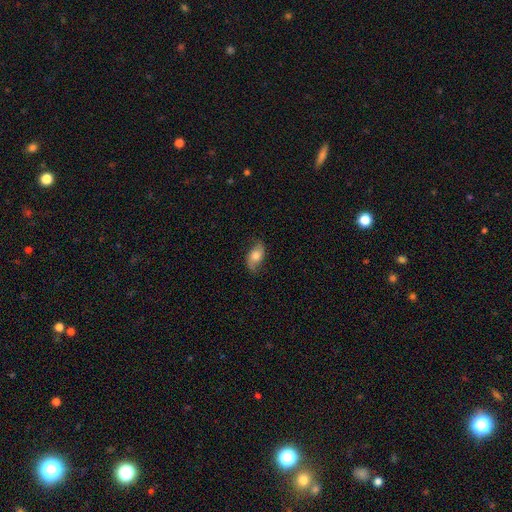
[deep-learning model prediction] The model was most divided on "smooth or featured": smooth: 56%, featured or disk: 36%, star or artifact: 8%. More confident: how rounded — in between (89%); merging — none (74%).